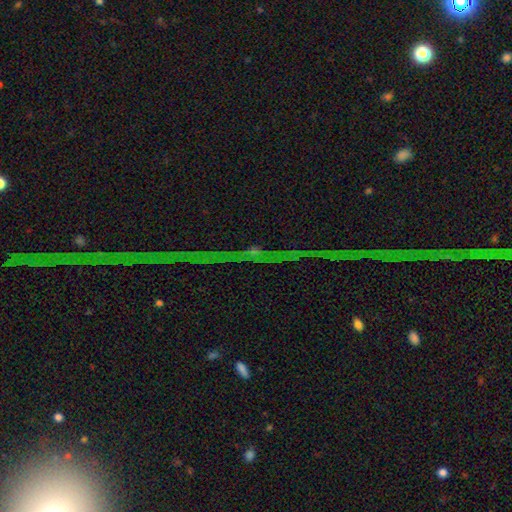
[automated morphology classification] Q: Smooth or featured?
A: star or artifact (80%); runner-up: featured or disk (13%)